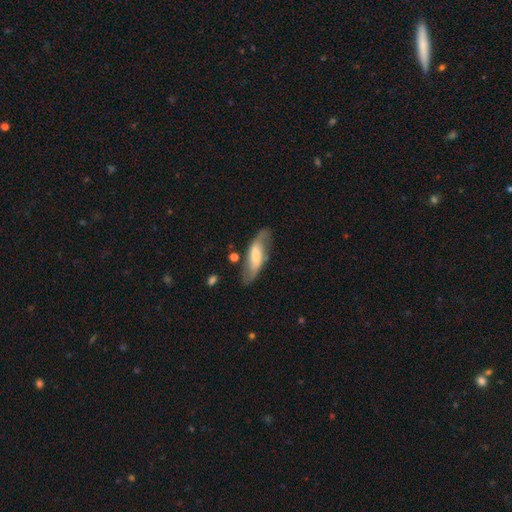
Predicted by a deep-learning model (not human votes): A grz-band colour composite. It shows a featured or disk galaxy (47%). Merging: none (63%).